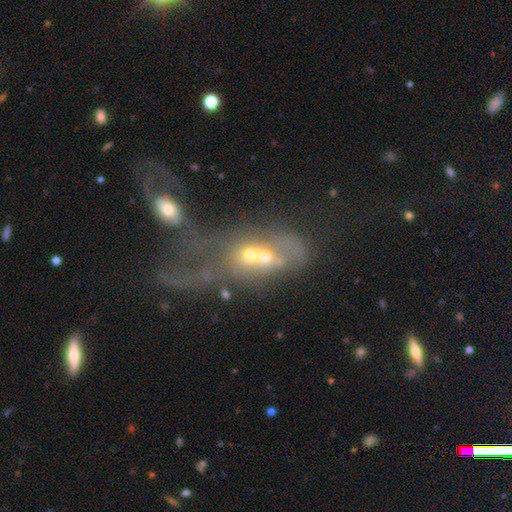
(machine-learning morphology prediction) Overall: featured or disk (47%; smooth 35%). Merging: merger (69%).